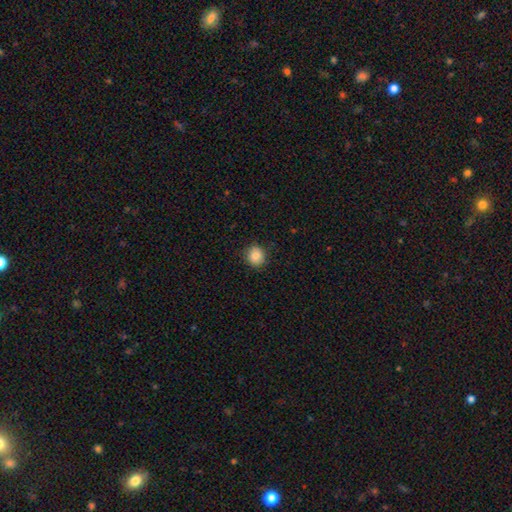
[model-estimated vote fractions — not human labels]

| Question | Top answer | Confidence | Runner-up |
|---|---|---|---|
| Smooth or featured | smooth | 87% | star or artifact (9%) |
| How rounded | round | 81% | in between (18%) |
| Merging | none | 86% | minor disturbance (10%) |